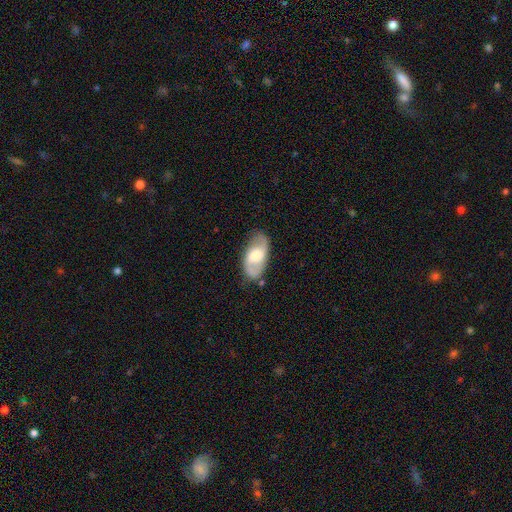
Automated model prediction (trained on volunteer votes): Q: Smooth or featured?
A: featured or disk (66%); runner-up: smooth (28%)
Q: Edge-on disk?
A: no (94%); runner-up: yes (6%)
Q: Bar?
A: no (49%); runner-up: weak (40%)
Q: Spiral arms?
A: yes (87%); runner-up: no (13%)
Q: Spiral winding?
A: medium (44%); runner-up: loose (40%)
Q: Spiral arm count?
A: 2 (85%); runner-up: can't tell (8%)
Q: Bulge size?
A: moderate (60%); runner-up: small (20%)
Q: Merging?
A: none (74%); runner-up: minor disturbance (17%)